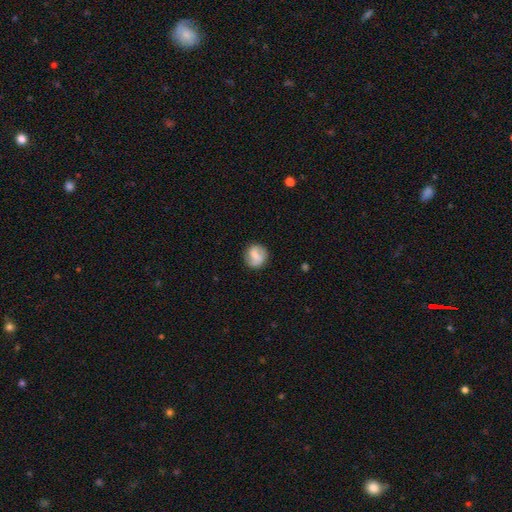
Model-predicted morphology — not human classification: Smooth or featured? smooth (55%)
How rounded? round (86%)
Merging? none (81%)